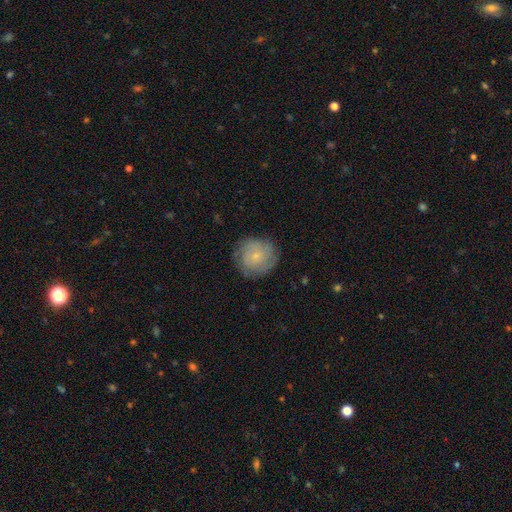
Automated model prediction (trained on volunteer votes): Smooth or featured? Predicted: featured or disk (p=0.48). Merging? Predicted: none (p=0.81).